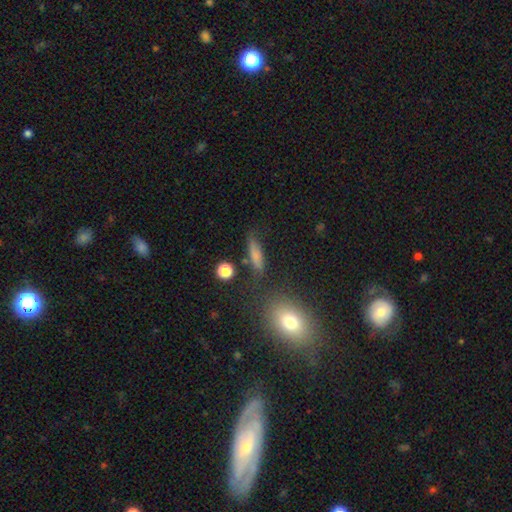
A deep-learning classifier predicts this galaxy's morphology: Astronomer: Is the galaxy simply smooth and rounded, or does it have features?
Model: smooth — 70%.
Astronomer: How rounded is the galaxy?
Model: cigar-shaped — 64%.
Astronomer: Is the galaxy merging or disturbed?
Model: none — 69%.